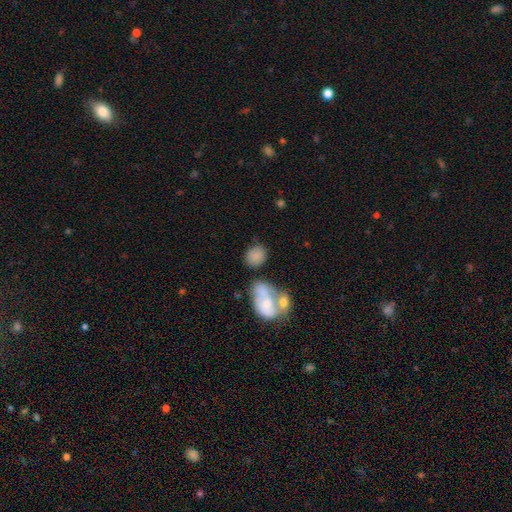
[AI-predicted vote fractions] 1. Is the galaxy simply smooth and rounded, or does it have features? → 79% smooth, 12% featured or disk, 9% star or artifact.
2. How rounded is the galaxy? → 53% in between, 45% round, 2% cigar-shaped.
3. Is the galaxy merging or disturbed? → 54% none, 20% merger, 17% minor disturbance, 9% major disturbance.